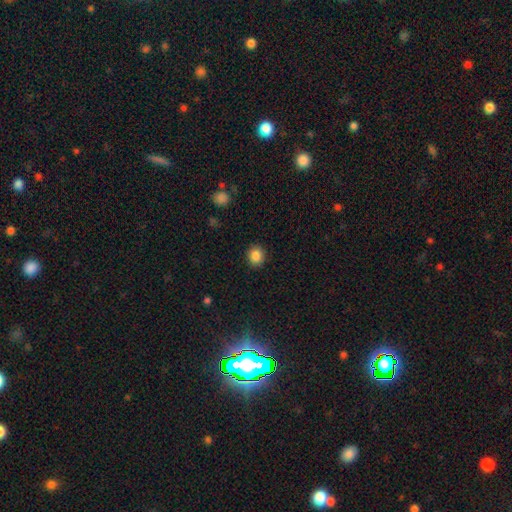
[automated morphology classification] smooth 86%, star or artifact 10%, featured or disk 4%. Down the decision tree: how rounded — round (79%); merging — none (91%).